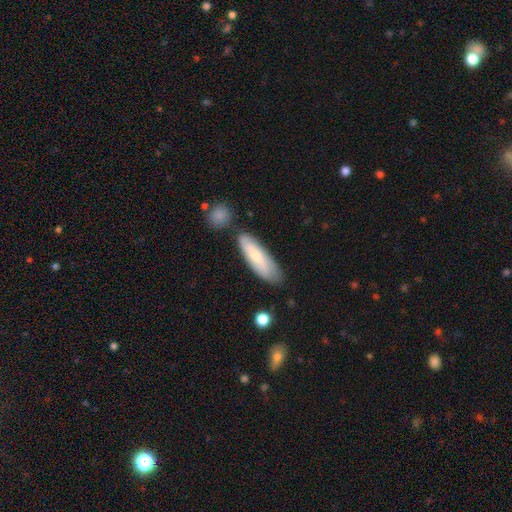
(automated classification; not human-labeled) Smooth or featured: smooth — 63% (featured or disk — 31%)
How rounded: cigar-shaped — 53% (in between — 46%)
Merging: none — 73% (minor disturbance — 17%)